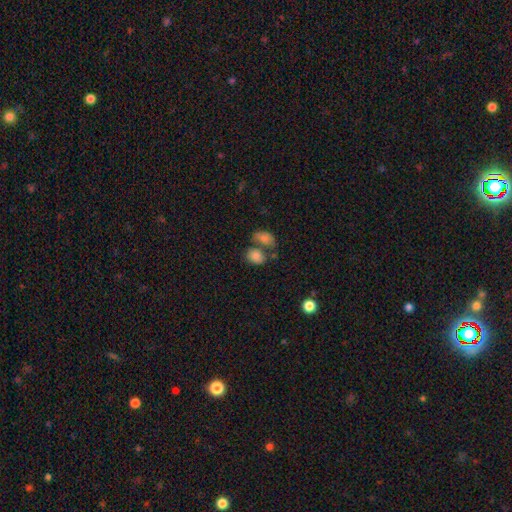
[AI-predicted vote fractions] smooth 80%, star or artifact 10%, featured or disk 10%. Down the decision tree: how rounded — in between (61%); merging — merger (43%).